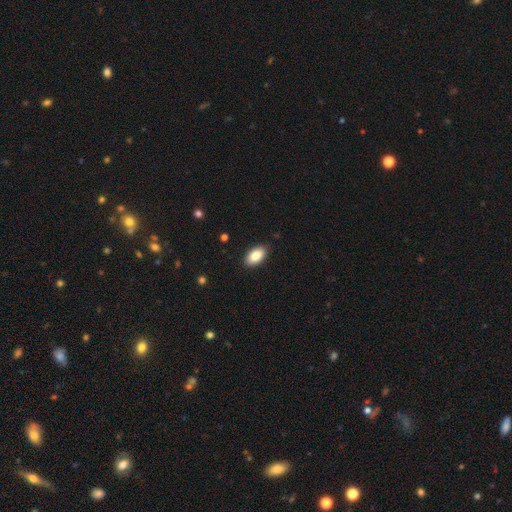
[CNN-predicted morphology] This is clearly a smooth galaxy (87%). How rounded: clearly in between (94%). Merging: clearly none (88%).